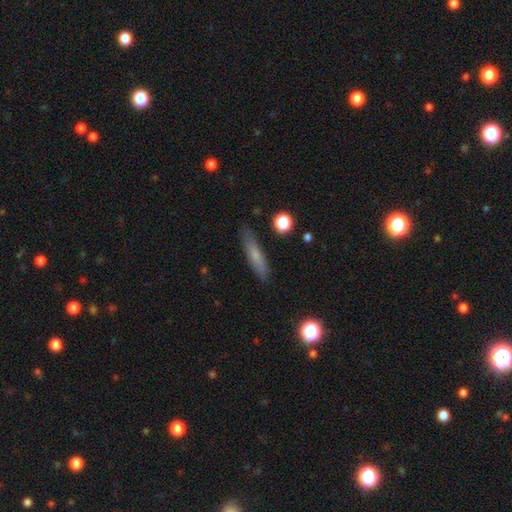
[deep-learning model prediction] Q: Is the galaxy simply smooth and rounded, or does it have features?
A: smooth — 67%.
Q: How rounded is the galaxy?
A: cigar-shaped — 82%.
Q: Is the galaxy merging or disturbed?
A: none — 86%.